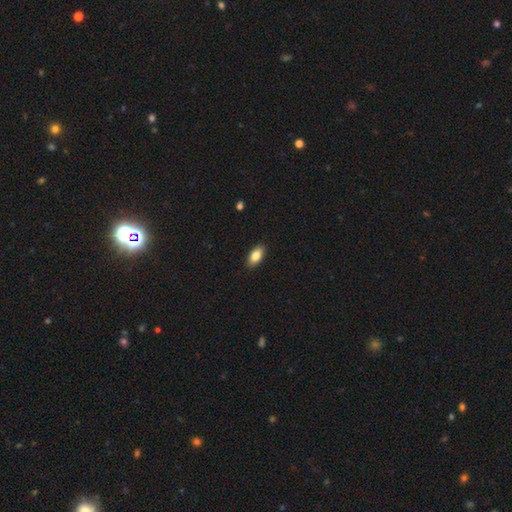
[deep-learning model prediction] This appears to be a smooth galaxy with no disk features (84%) that is in between round and cigar-shaped (91%). Merging: none (90%).